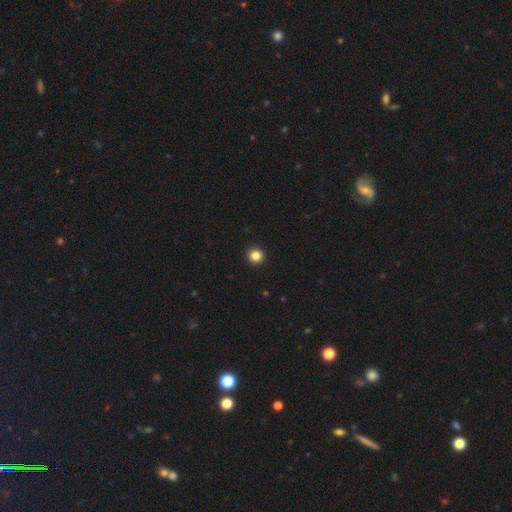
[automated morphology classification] The model was most divided on "smooth or featured": smooth: 85%, star or artifact: 12%, featured or disk: 4%. More confident: how rounded — round (96%); merging — none (94%).